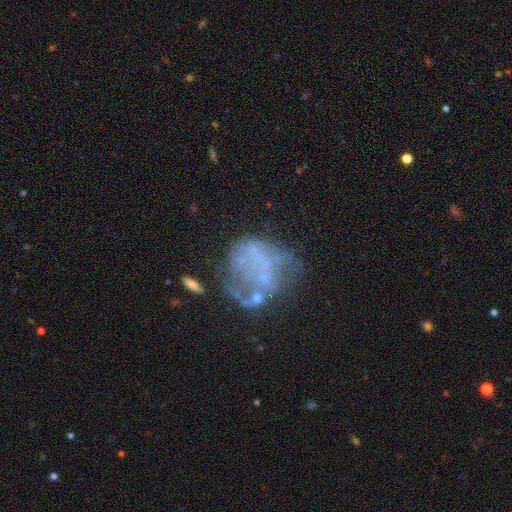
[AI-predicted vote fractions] A featured or disk galaxy (60%) with no bar (90%), no spiral arms (87%) and no central bulge (77%). Merging: none (40%).